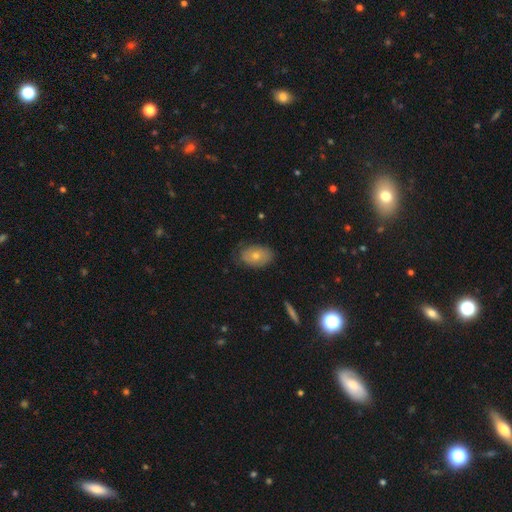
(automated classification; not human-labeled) Smooth or featured: smooth — 63% (featured or disk — 30%)
How rounded: in between — 85% (round — 14%)
Merging: none — 74% (minor disturbance — 21%)